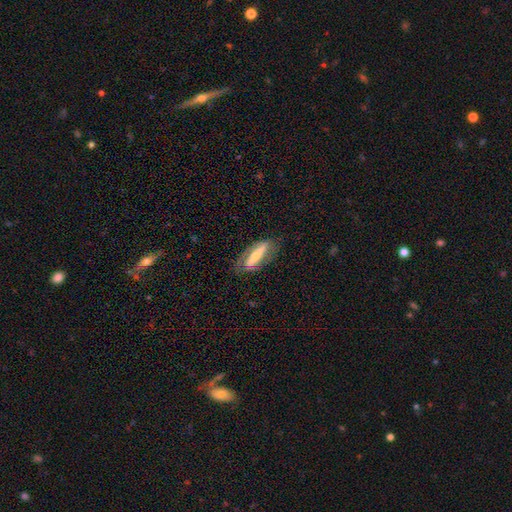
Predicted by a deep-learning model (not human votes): Overall: featured or disk (61%; smooth 33%). Edge-on disk: no (67%; yes 33%). Merging: none (72%).